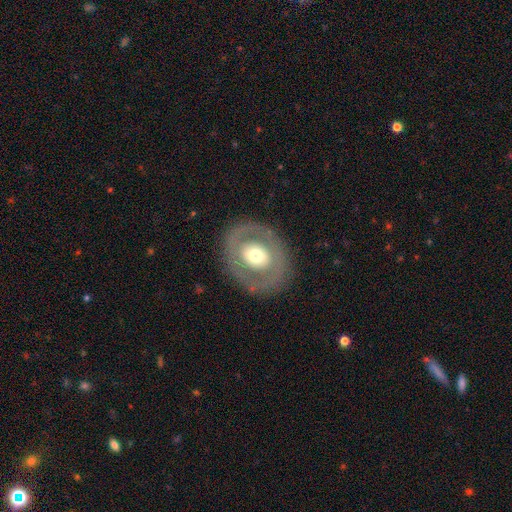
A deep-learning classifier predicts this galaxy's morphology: smooth-or-featured: featured or disk: 54% | smooth: 40% | star or artifact: 6%
  disk-edge-on: no: 93% | yes: 7%
    bar: no: 83% | weak: 12% | strong: 5%
    has-spiral-arms: no: 88% | yes: 12%
    bulge-size: moderate: 57% | large: 28% | small: 10% | dominant: 4% | none: 1%
  merging: none: 81% | minor disturbance: 10% | major disturbance: 7% | merger: 1%